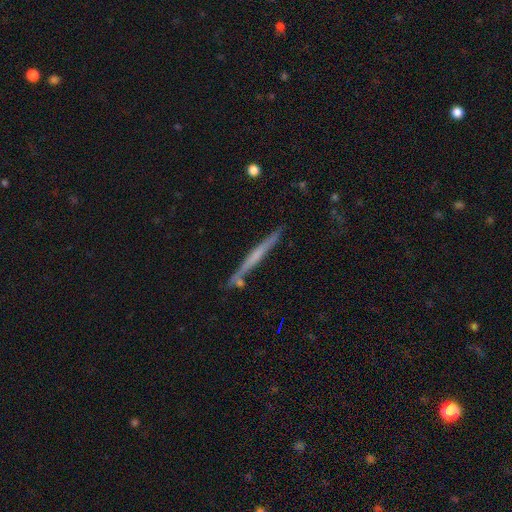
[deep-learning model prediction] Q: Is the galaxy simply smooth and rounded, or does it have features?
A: featured or disk — 57%.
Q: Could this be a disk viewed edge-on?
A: yes — 96%.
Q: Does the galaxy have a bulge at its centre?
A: none — 72%.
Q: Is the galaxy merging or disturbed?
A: none — 82%.